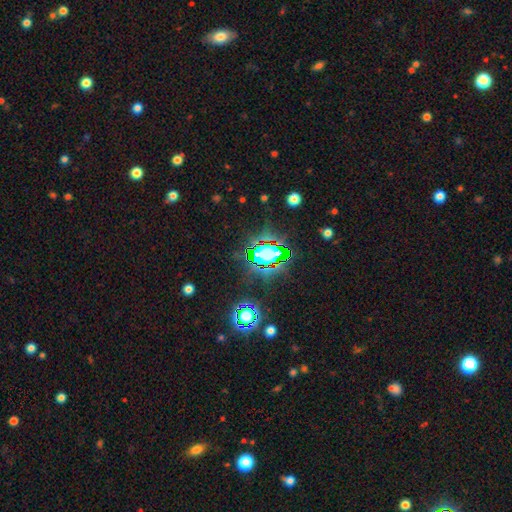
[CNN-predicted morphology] smooth_or_featured: star or artifact (p=0.82) [alt: smooth p=0.10]